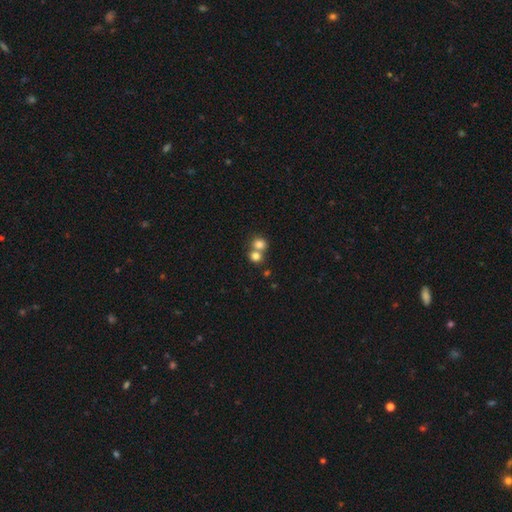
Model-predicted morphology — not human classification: smooth-or-featured: smooth: 79% | star or artifact: 11% | featured or disk: 10%
  how-rounded: round: 72% | in between: 27% | cigar-shaped: 1%
  merging: merger: 55% | none: 36% | minor disturbance: 6% | major disturbance: 3%